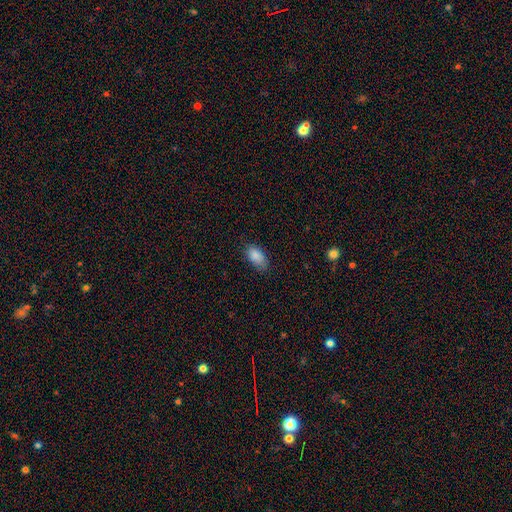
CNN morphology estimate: The model was most divided on "merging": none: 69%, minor disturbance: 25%, major disturbance: 5%, merger: 1%. More confident: how rounded — in between (92%); smooth or featured — smooth (87%).